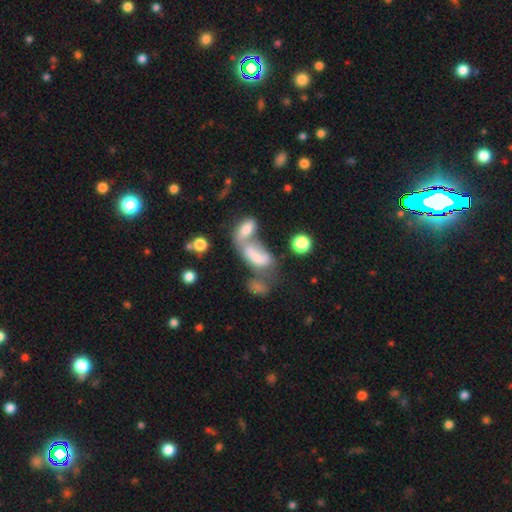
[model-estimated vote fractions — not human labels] smooth_or_featured: smooth (p=0.59) [alt: featured or disk p=0.28]
how_rounded: in between (p=0.85) [alt: cigar-shaped p=0.09]
merging: merger (p=0.66) [alt: none p=0.15]